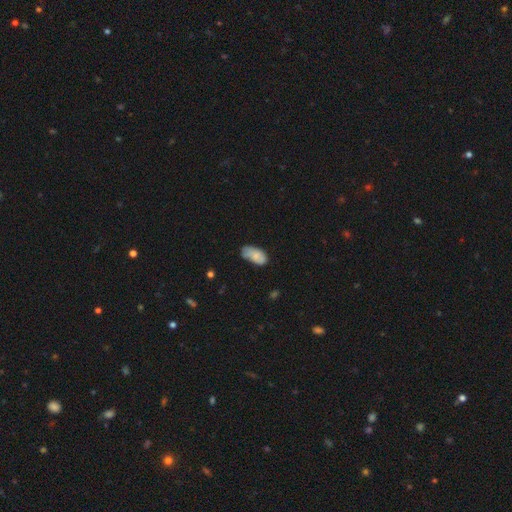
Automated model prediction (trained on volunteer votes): Overall: smooth (76%). How rounded: in between (93%). Merging: none (45%; minor disturbance 39%).